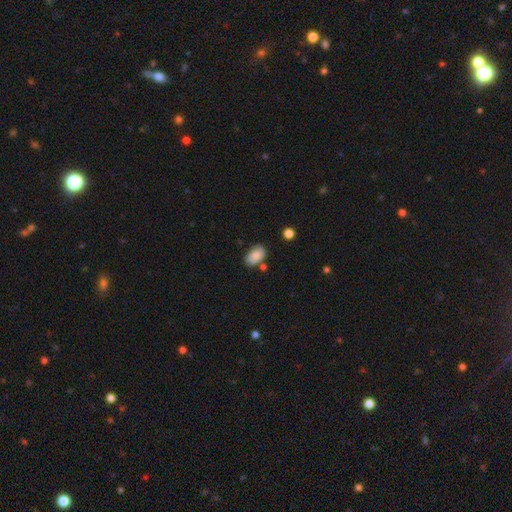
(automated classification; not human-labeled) A smooth galaxy with no disk features (85%) that is in between round and cigar-shaped (92%).

Vote fractions:
- Smooth or featured? smooth: 85% / star or artifact: 7% / featured or disk: 7%
- How rounded? in between: 92% / round: 7% / cigar-shaped: 1%
- Merging? none: 69% / minor disturbance: 20% / merger: 7% / major disturbance: 4%